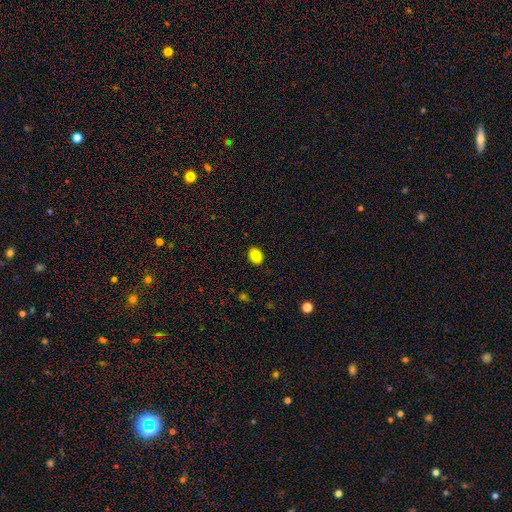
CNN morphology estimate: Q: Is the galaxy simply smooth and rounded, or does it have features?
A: smooth — 87%.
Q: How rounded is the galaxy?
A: in between — 72%.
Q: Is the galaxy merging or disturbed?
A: none — 89%.